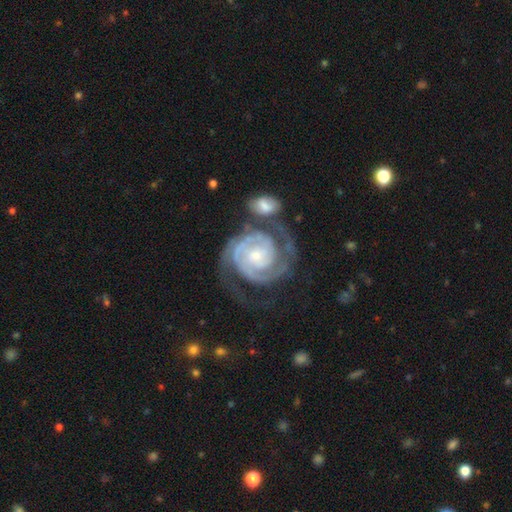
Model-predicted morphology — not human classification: This appears to be a featured or disk galaxy (91%) with no bar (69%), 2 (67%) tight (73%) spiral arms (98%) and a small central bulge (65%). Merging: none (52%).